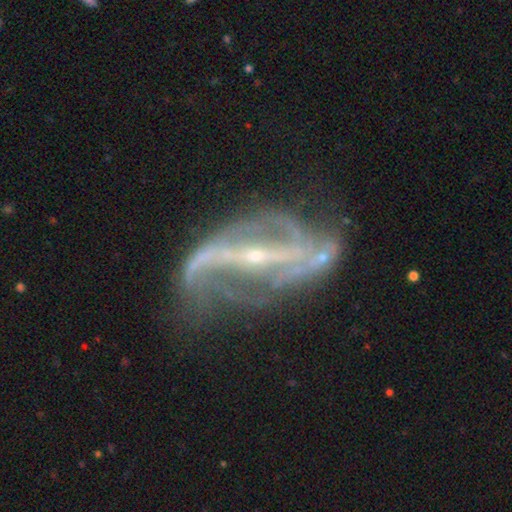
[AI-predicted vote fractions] Overall: featured or disk (90%). Edge-on disk: no (91%). Bar: strong (73%). Spiral arms: yes (92%). Spiral arm count: 2 (76%). Spiral winding: loose (54%; medium 32%). Bulge size: small (82%). Merging: none (46%; minor disturbance 25%).